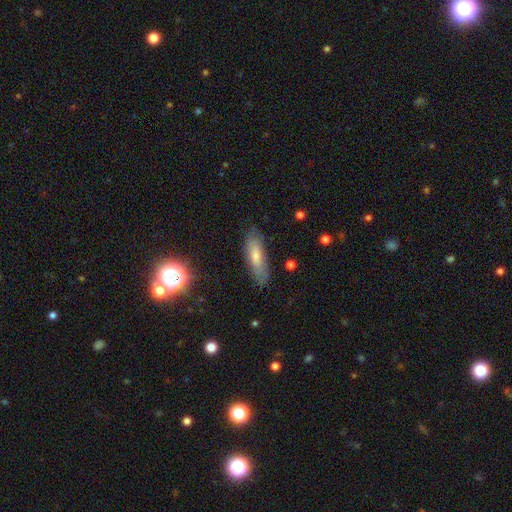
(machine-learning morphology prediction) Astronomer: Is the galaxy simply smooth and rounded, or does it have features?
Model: smooth — 53% (runner-up: featured or disk, 37%).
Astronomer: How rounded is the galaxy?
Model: cigar-shaped — 49% (runner-up: in between, 48%).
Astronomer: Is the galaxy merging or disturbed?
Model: none — 79%.